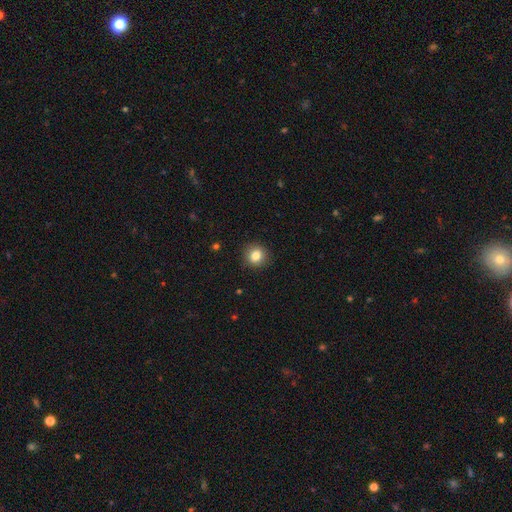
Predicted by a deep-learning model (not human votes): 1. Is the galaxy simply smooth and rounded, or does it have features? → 83% smooth, 10% star or artifact, 7% featured or disk.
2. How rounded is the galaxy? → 88% round, 11% in between, 1% cigar-shaped.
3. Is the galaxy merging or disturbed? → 90% none, 7% minor disturbance, 2% major disturbance, 1% merger.